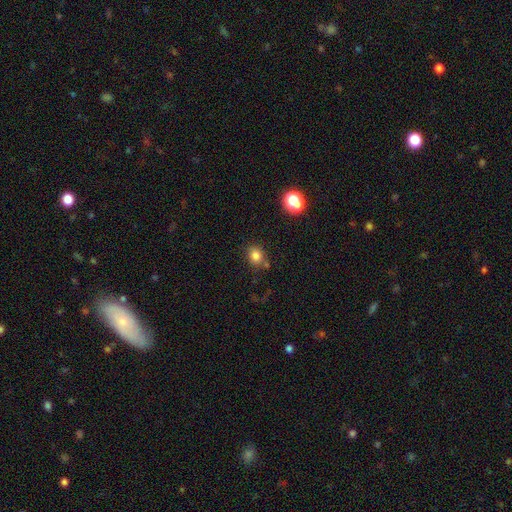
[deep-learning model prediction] The model was most divided on "how rounded": round: 69%, in between: 30%, cigar-shaped: 1%. More confident: smooth or featured — smooth (81%); merging — none (74%).